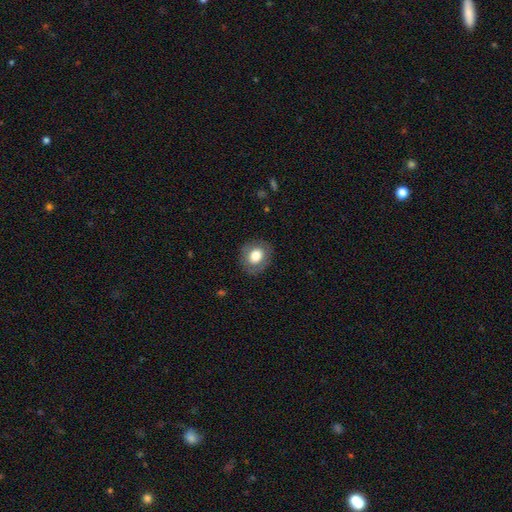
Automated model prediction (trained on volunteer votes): Smooth or featured? Predicted: smooth (p=0.74). How rounded? Predicted: round (p=0.59). Merging? Predicted: none (p=0.84).